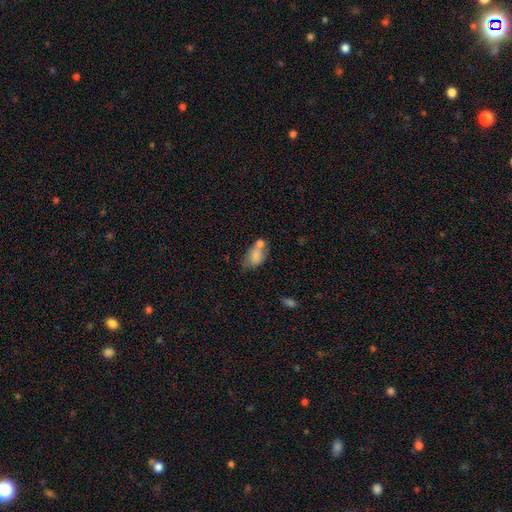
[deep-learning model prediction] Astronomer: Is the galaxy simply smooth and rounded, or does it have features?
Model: smooth — 74%.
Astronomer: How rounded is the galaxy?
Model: in between — 86%.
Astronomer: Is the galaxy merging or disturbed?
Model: merger — 43% (runner-up: none, 29%).